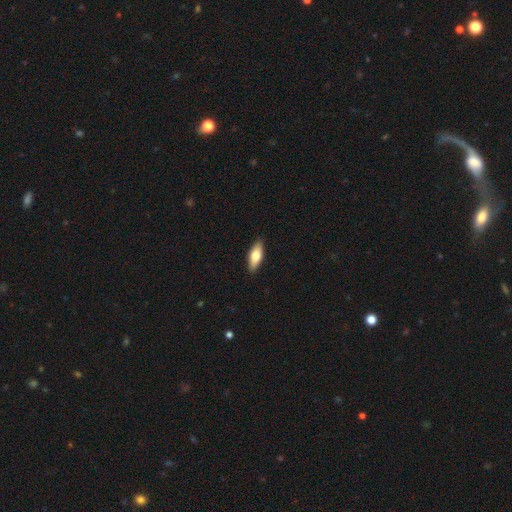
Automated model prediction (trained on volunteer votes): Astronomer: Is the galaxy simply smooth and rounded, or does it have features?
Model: smooth — 72%.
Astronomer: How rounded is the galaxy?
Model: in between — 73%.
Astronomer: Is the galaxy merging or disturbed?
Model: none — 89%.